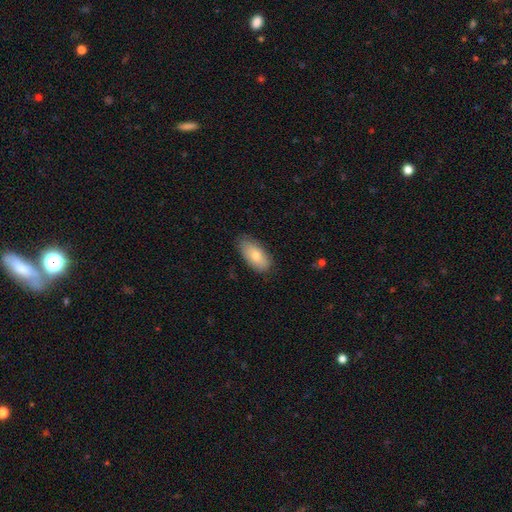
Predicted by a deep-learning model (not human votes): The model was most divided on "merging": none: 75%, minor disturbance: 20%, major disturbance: 4%, merger: 1%. More confident: how rounded — in between (91%); smooth or featured — smooth (76%).